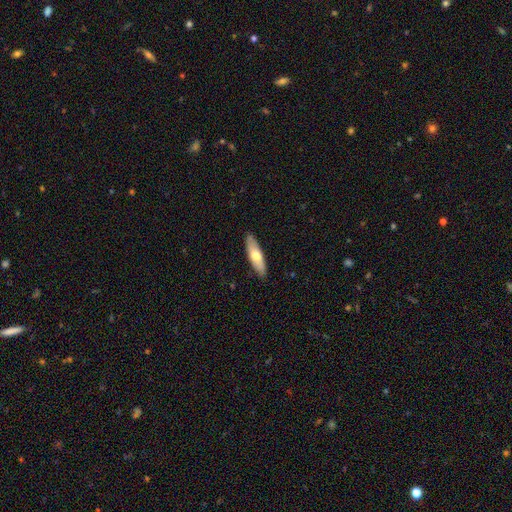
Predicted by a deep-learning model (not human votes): This appears to be a smooth galaxy with no disk features (63%) that is cigar-shaped (55%). Merging: none (88%).